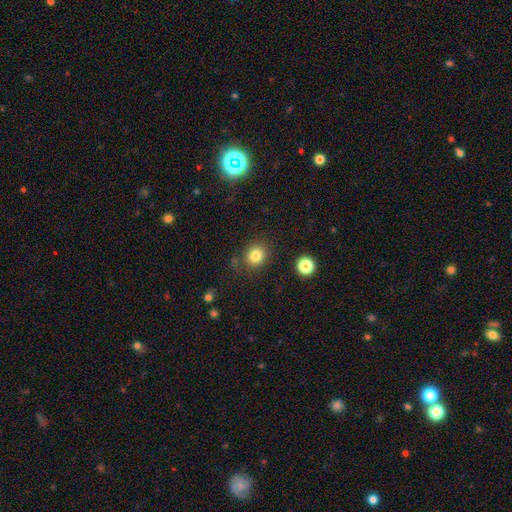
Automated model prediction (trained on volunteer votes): Smooth or featured? smooth (82%)
How rounded? round (74%)
Merging? none (80%)